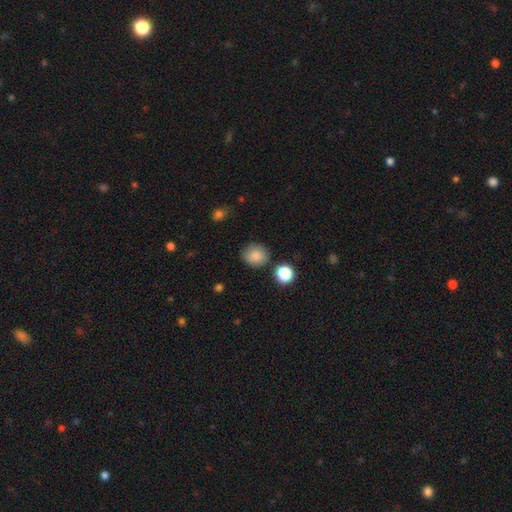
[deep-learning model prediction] This is clearly a smooth galaxy (83%). How rounded: likely round (78%). Merging: likely none (78%).